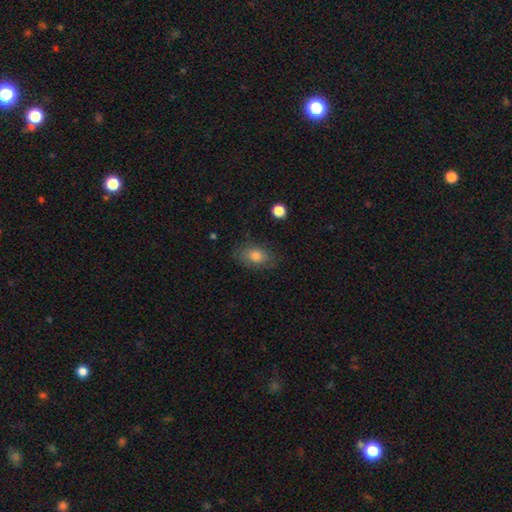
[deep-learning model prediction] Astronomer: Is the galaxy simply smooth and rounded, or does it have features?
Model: smooth — 79%.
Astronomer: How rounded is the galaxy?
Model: in between — 83%.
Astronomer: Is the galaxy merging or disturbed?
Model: none — 79%.